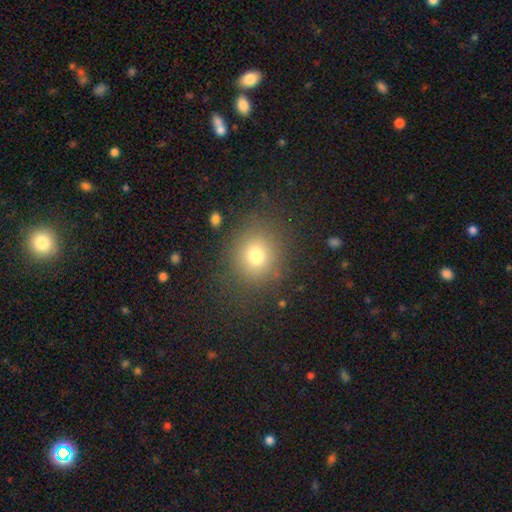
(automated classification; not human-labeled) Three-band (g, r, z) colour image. It shows a smooth galaxy with no disk features (75%) that is round (82%). Merging: none (84%).